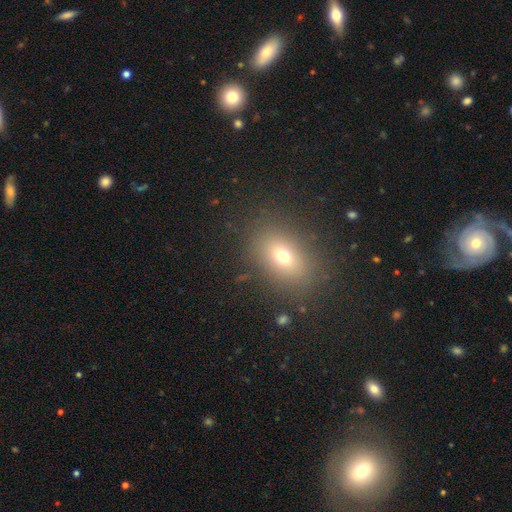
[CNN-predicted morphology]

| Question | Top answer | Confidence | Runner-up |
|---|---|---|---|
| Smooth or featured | smooth | 59% | star or artifact (25%) |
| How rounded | in between | 70% | round (27%) |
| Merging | none | 87% | minor disturbance (8%) |